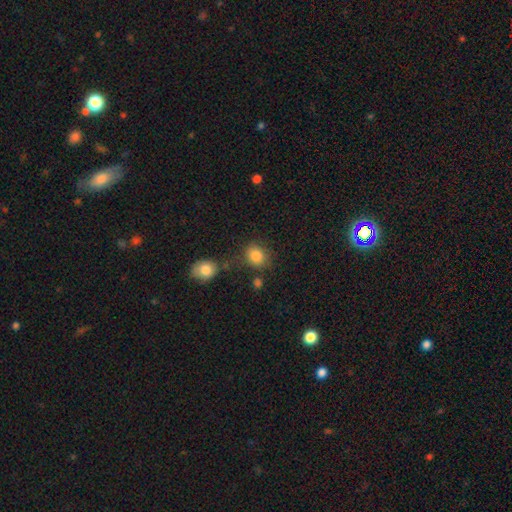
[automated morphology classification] Smooth or featured? Predicted: smooth (p=0.85). How rounded? Predicted: round (p=0.65). Merging? Predicted: none (p=0.68).